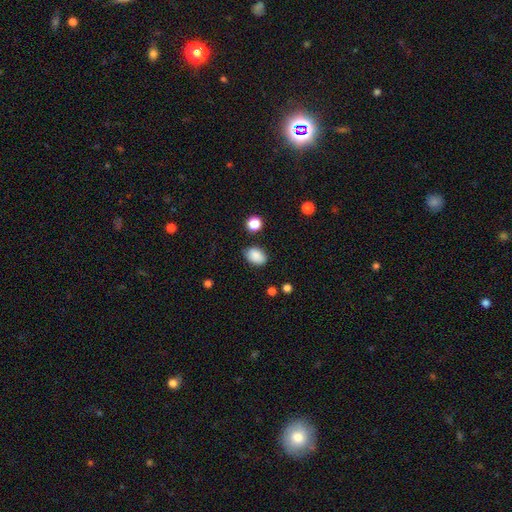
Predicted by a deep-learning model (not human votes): The model was most divided on "merging": none: 78%, minor disturbance: 16%, major disturbance: 3%, merger: 2%. More confident: smooth or featured — smooth (86%); how rounded — in between (84%).